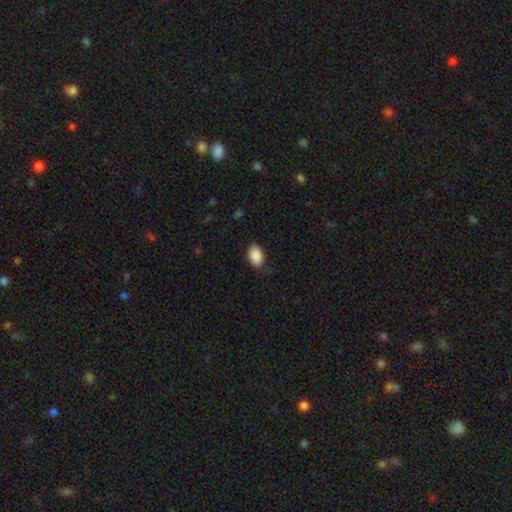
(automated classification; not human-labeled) Q: Smooth or featured?
A: smooth (90%); runner-up: star or artifact (7%)
Q: How rounded?
A: in between (87%); runner-up: round (12%)
Q: Merging?
A: none (80%); runner-up: minor disturbance (15%)